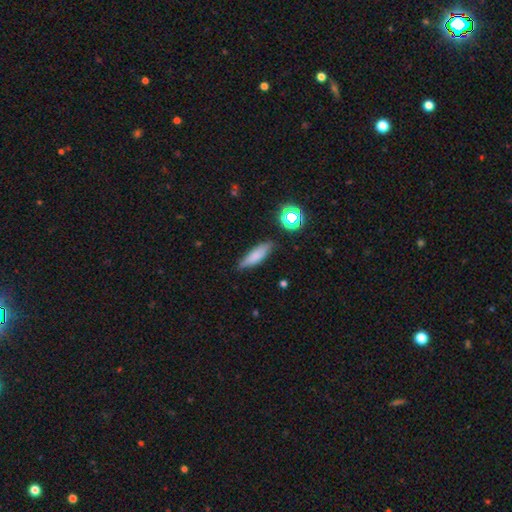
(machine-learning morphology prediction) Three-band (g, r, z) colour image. It shows a smooth galaxy with no disk features (76%) that is cigar-shaped (59%). Merging: none (80%).